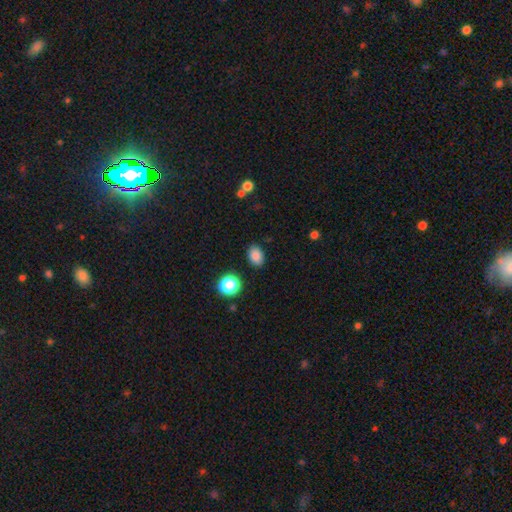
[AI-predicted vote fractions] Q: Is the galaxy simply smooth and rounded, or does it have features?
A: smooth — 85%.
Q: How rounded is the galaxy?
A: in between — 74%.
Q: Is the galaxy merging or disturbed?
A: none — 87%.